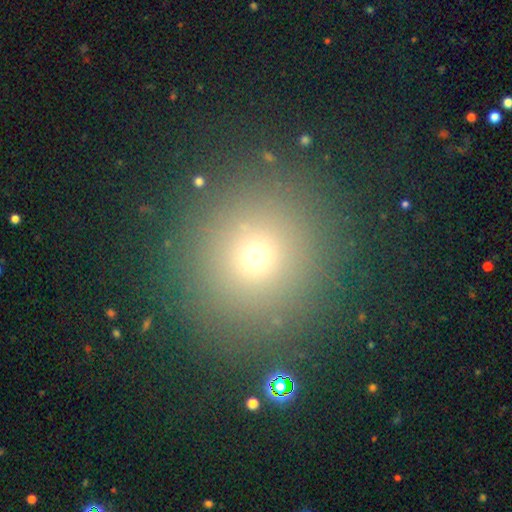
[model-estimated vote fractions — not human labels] Overall: smooth (65%; star or artifact 27%). How rounded: round (93%). Merging: none (89%).